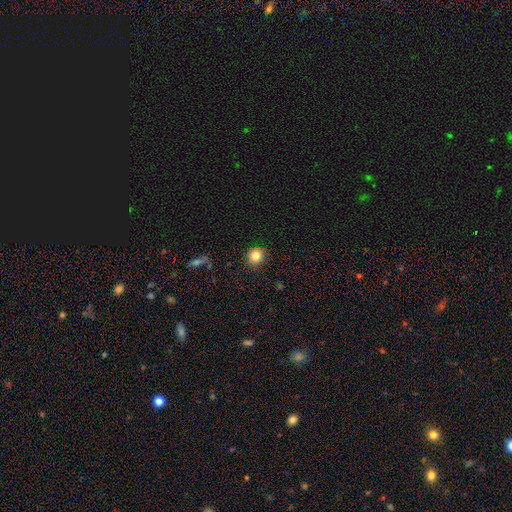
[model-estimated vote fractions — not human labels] Morphology: type=smooth (82%); roundness=round (87%); merging=none (84%).